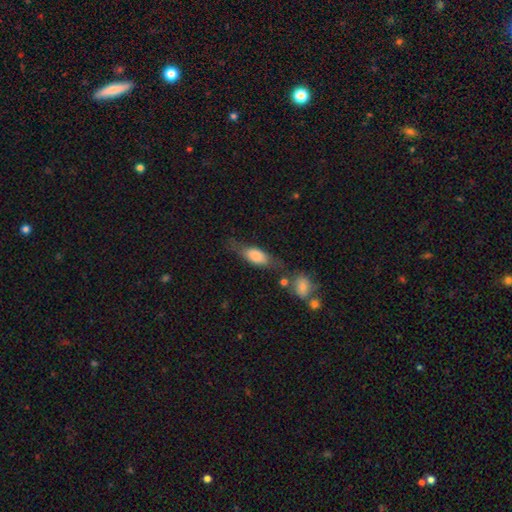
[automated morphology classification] Smooth or featured? Predicted: smooth (p=0.69). How rounded? Predicted: in between (p=0.71). Merging? Predicted: none (p=0.55).